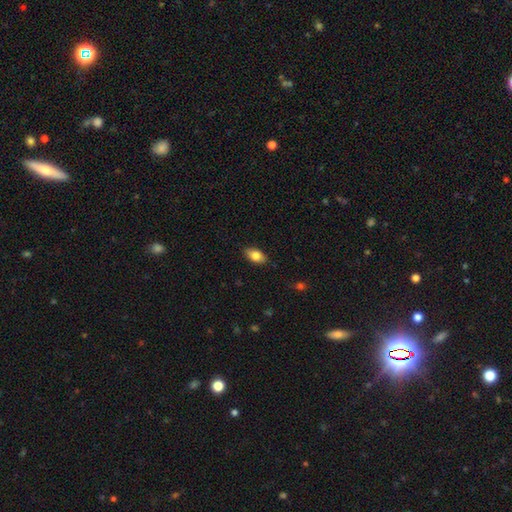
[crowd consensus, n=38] Q: Smooth or featured?
A: smooth (92%); runner-up: featured or disk (5%)
Q: How rounded?
A: in between (94%); runner-up: round (3%)
Q: Merging?
A: none (95%); runner-up: minor disturbance (5%)